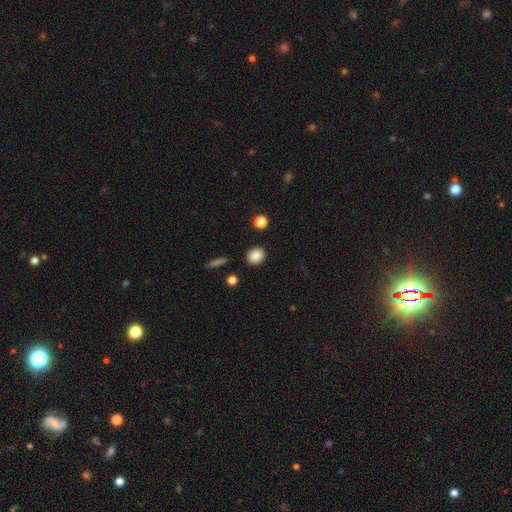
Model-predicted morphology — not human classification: This is clearly a smooth galaxy (87%). How rounded: likely round (72%). Merging: clearly none (89%).